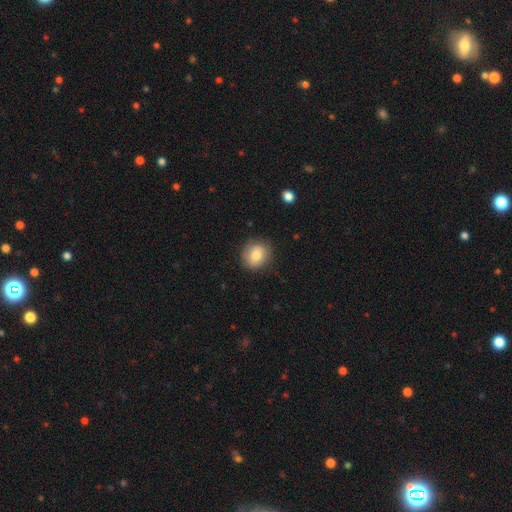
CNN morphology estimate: type=smooth (79%); roundness=round (77%); merging=none (84%).